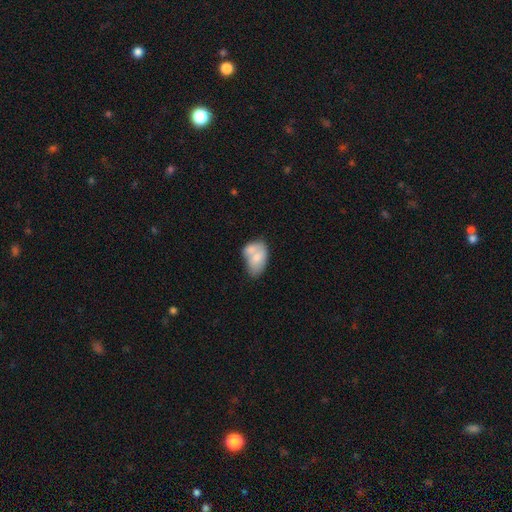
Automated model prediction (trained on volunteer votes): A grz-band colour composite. It shows a smooth galaxy with no disk features (67%) that is in between round and cigar-shaped (86%). Merging: merger (56%).